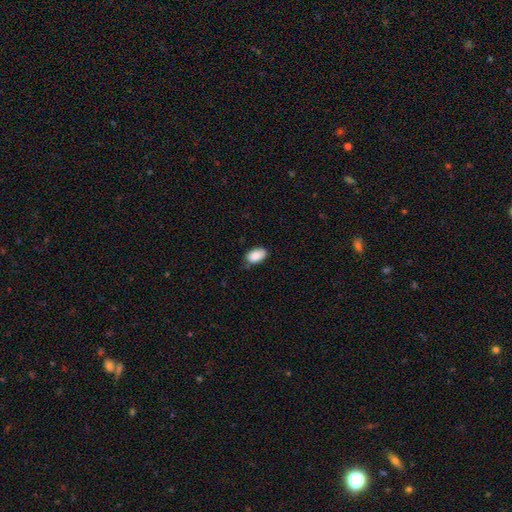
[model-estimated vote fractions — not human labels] smooth_or_featured: smooth (p=0.89) [alt: star or artifact p=0.07]
how_rounded: in between (p=0.93) [alt: round p=0.05]
merging: none (p=0.76) [alt: minor disturbance p=0.20]